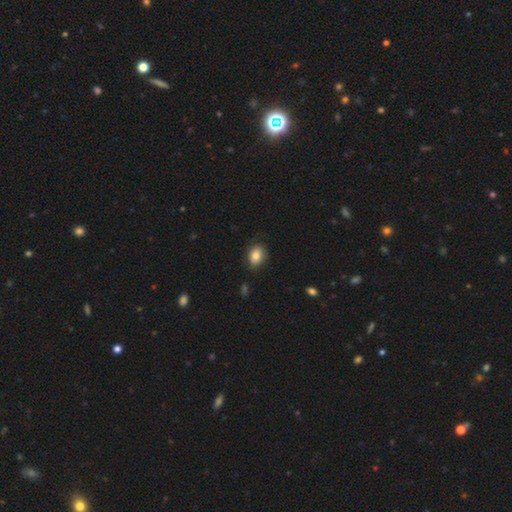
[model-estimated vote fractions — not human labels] smooth-or-featured: smooth: 83% | star or artifact: 8% | featured or disk: 8%
  how-rounded: in between: 72% | round: 27% | cigar-shaped: 1%
  merging: none: 76% | minor disturbance: 19% | major disturbance: 4% | merger: 1%